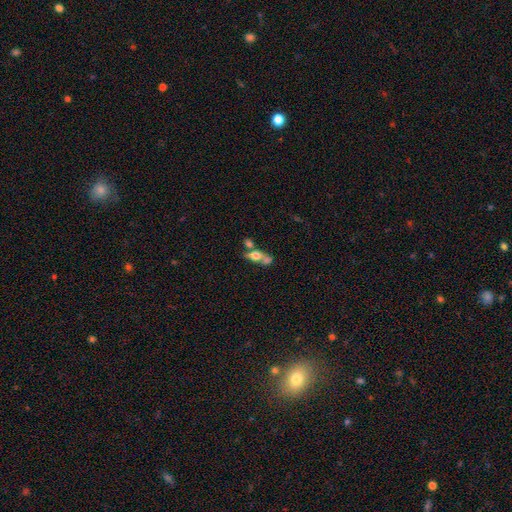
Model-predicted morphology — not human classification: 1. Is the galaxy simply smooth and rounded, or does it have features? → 51% smooth, 38% featured or disk, 11% star or artifact.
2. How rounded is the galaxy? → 60% in between, 22% cigar-shaped, 18% round.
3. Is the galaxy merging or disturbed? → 50% merger, 27% none, 11% minor disturbance, 11% major disturbance.